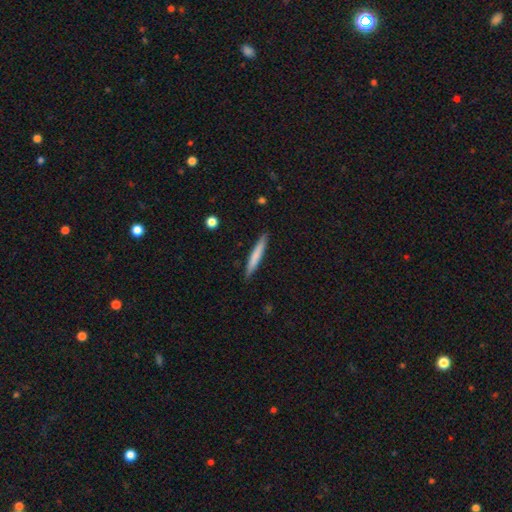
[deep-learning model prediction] Smooth or featured: smooth — 72% (featured or disk — 23%)
How rounded: cigar-shaped — 96% (in between — 3%)
Merging: none — 90% (minor disturbance — 7%)